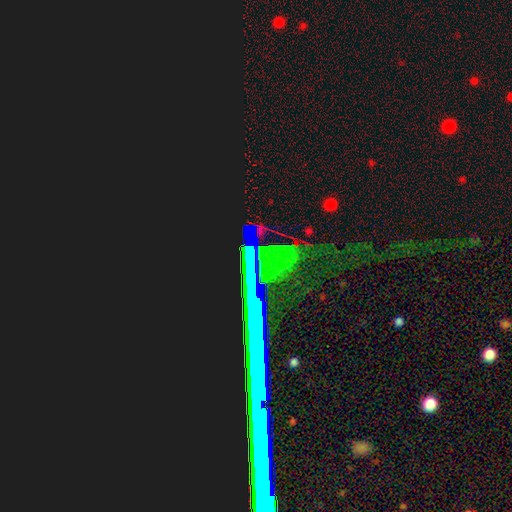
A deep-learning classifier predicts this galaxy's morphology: Smooth or featured? star or artifact (74%)